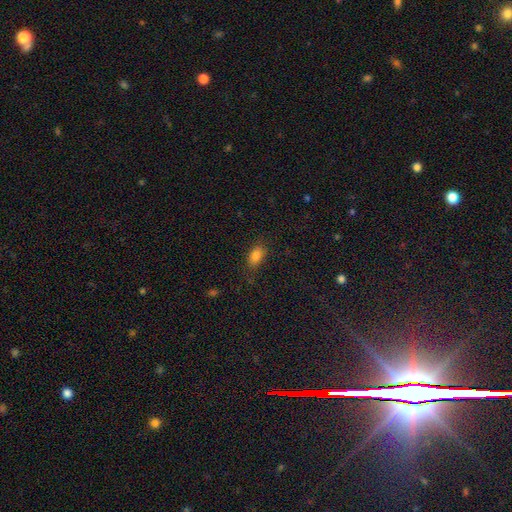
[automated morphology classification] smooth-or-featured: smooth: 84% | star or artifact: 10% | featured or disk: 5%
  how-rounded: in between: 88% | round: 8% | cigar-shaped: 4%
  merging: none: 78% | minor disturbance: 15% | major disturbance: 5% | merger: 1%